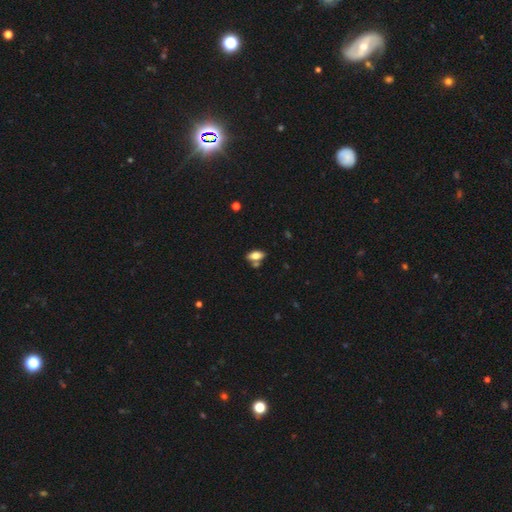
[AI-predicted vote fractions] Morphology: type=smooth (74%); roundness=in between (88%); merging=none (68%).